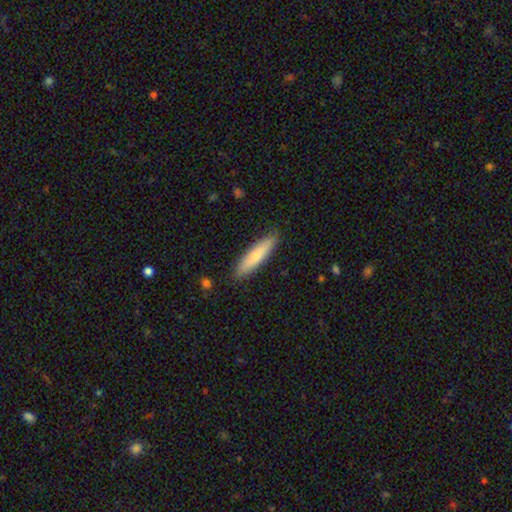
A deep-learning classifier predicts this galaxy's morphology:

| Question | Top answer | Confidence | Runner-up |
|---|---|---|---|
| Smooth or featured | smooth | 73% | featured or disk (22%) |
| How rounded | cigar-shaped | 82% | in between (17%) |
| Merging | none | 88% | minor disturbance (9%) |